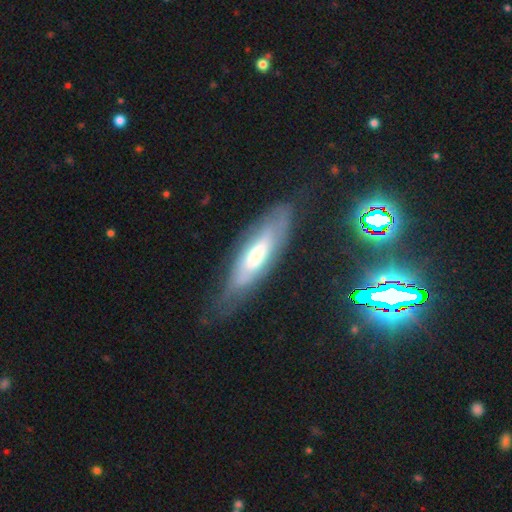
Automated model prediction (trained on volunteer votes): featured or disk 59%, smooth 31%, star or artifact 11%. Down the decision tree: edge-on disk — no (53%); merging — none (74%).